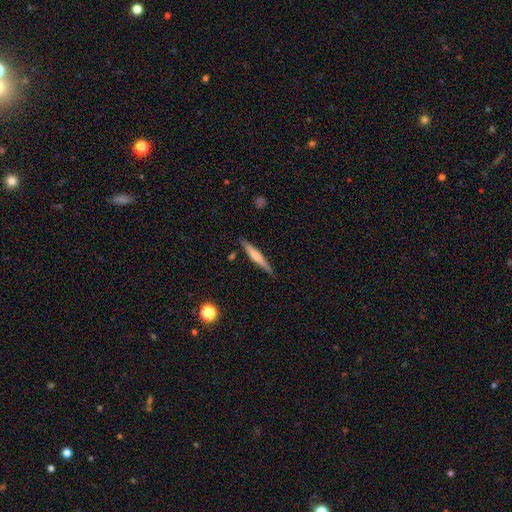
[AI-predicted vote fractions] Smooth or featured?
  - smooth: 51% *
  - featured or disk: 43%
  - star or artifact: 6%
How rounded?
  - cigar-shaped: 94% *
  - in between: 5%
  - round: 2%
Merging?
  - none: 87% *
  - minor disturbance: 10%
  - major disturbance: 2%
  - merger: 2%